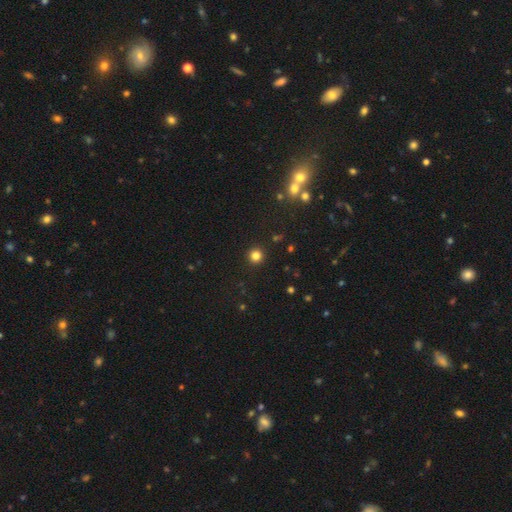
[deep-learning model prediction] Morphology: type=smooth (81%); roundness=round (95%); merging=none (93%).